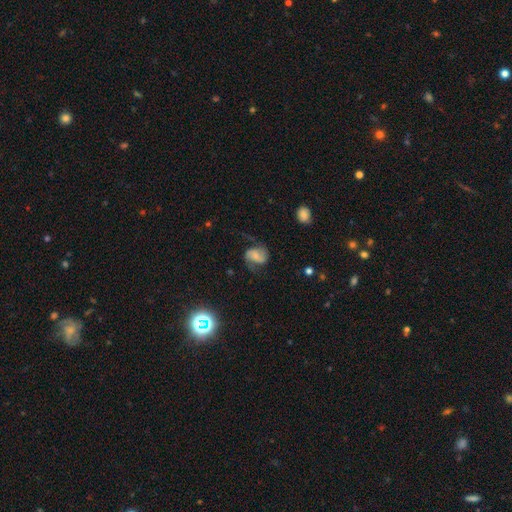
A featured or disk galaxy (71%) with a weak bar (54%), 2 (96%) loose (69%) spiral arms (100%) and a small central bulge (58%).

Vote fractions:
- Smooth or featured? featured or disk: 71% / smooth: 21% / star or artifact: 8%
- Edge-on disk? no: 96% / yes: 4%
- Bar? weak: 54% / strong: 23% / no: 23%
- Spiral arms? yes: 100% / no: 0%
- Spiral winding? loose: 69% / medium: 27% / tight: 4%
- Spiral arm count? 2: 96% / 1: 4% / 3: 0% / 4: 0% / more than 4: 0% / can't tell: 0%
- Bulge size? small: 58% / none: 19% / dominant: 8% / large: 8% / moderate: 8%
- Merging? none: 49% / minor disturbance: 26% / major disturbance: 20% / merger: 6%